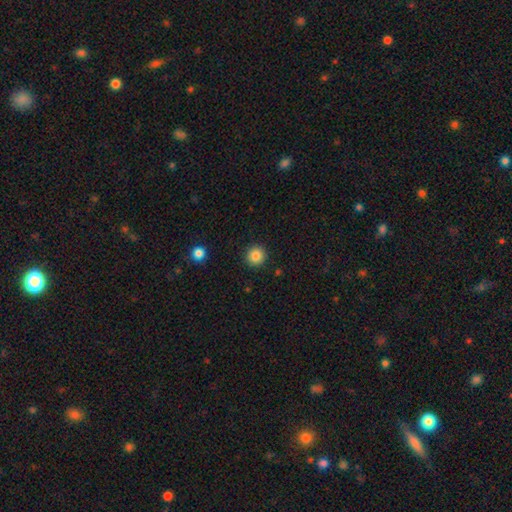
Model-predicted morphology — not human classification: A smooth galaxy with no disk features (85%) that is round (94%).

Vote fractions:
- Smooth or featured? smooth: 85% / star or artifact: 10% / featured or disk: 4%
- How rounded? round: 94% / in between: 5% / cigar-shaped: 1%
- Merging? none: 92% / minor disturbance: 5% / major disturbance: 2% / merger: 1%